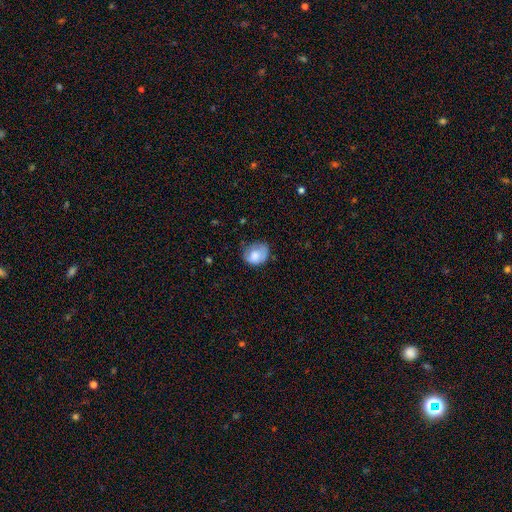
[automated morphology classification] smooth 73%, featured or disk 19%, star or artifact 8%. Down the decision tree: how rounded — round (51%); merging — none (44%).